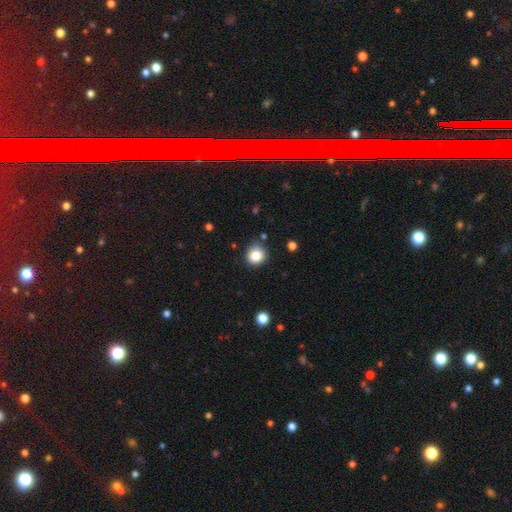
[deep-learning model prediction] smooth 83%, star or artifact 11%, featured or disk 6%. Down the decision tree: how rounded — round (85%); merging — none (81%).